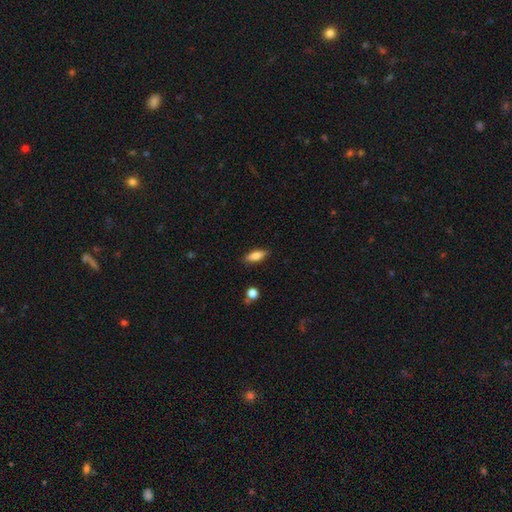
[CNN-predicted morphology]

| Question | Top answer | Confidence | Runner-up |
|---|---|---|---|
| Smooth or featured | smooth | 75% | featured or disk (18%) |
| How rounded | in between | 69% | cigar-shaped (28%) |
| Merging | none | 86% | minor disturbance (10%) |